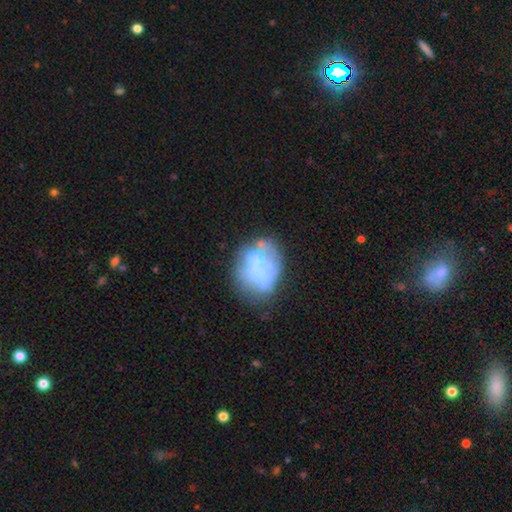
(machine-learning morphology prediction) type=featured or disk (46%); merging=none (46%).